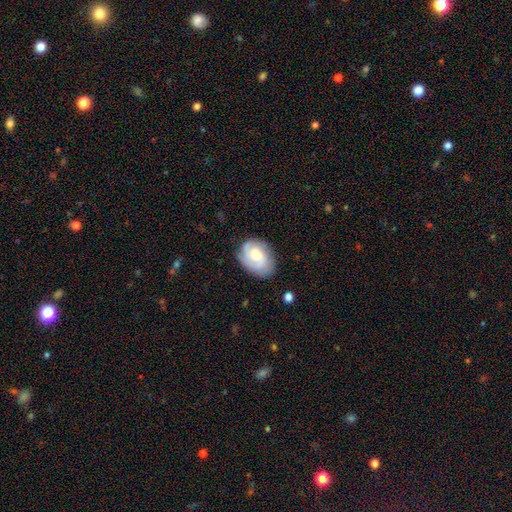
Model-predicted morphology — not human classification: A featured or disk galaxy (53%) with no bar (68%), spiral arms (87%) and a moderate central bulge (54%). Merging: none (73%).